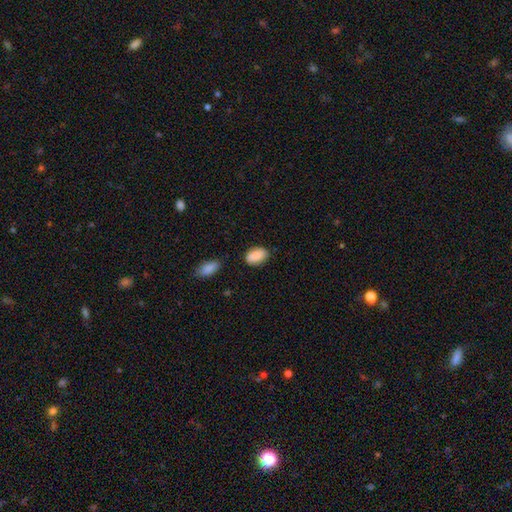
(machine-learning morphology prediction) type=smooth (89%); roundness=in between (91%); merging=none (74%).